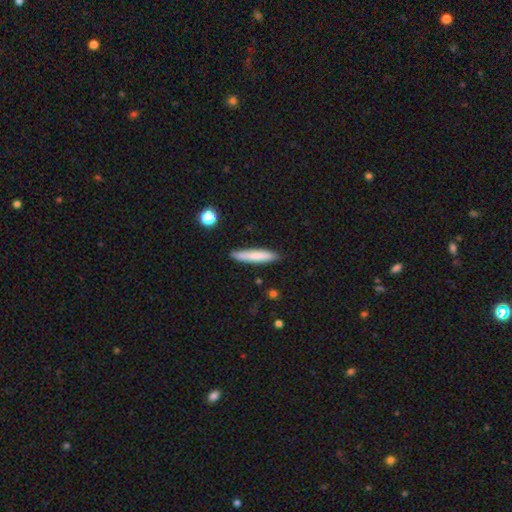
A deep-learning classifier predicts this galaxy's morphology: A smooth galaxy with no disk features (78%) that is cigar-shaped (90%). Merging: none (88%).